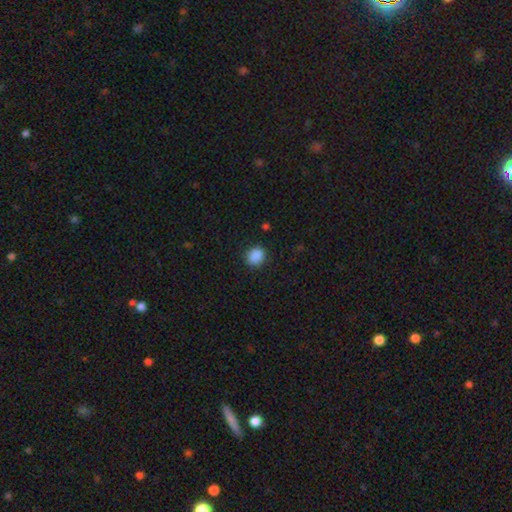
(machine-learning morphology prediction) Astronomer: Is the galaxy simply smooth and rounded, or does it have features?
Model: smooth — 88%.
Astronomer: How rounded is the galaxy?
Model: round — 71%.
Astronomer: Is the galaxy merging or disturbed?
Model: none — 87%.